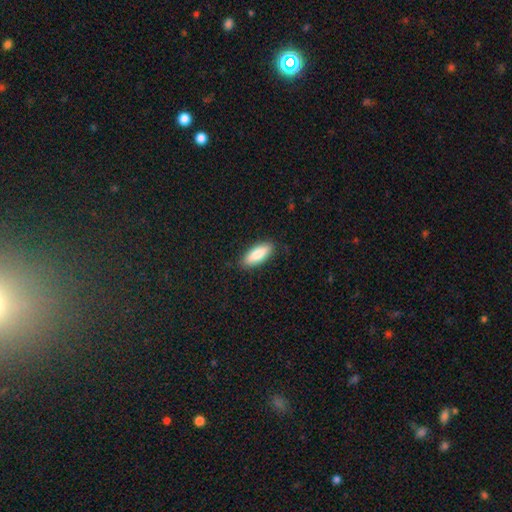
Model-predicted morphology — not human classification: This appears to be a smooth galaxy with no disk features (82%) that is in between round and cigar-shaped (72%). Merging: none (87%).